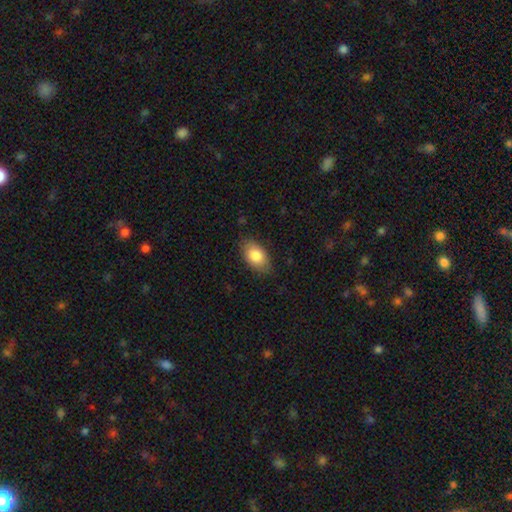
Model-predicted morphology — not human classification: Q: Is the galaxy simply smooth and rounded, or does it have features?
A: smooth — 84%.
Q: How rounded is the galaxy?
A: in between — 91%.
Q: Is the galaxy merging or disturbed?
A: none — 82%.